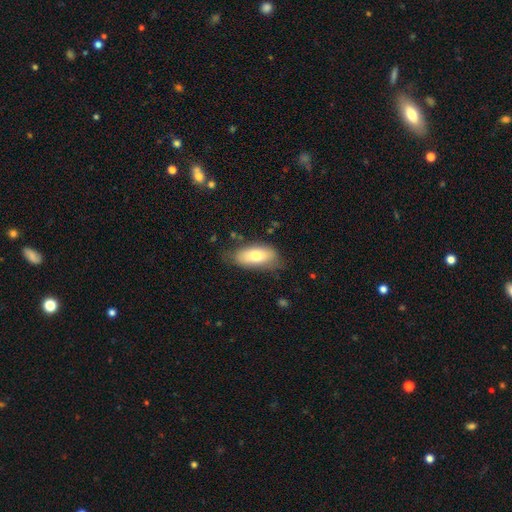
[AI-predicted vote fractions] Q: Smooth or featured?
A: smooth (73%); runner-up: featured or disk (21%)
Q: How rounded?
A: in between (88%); runner-up: cigar-shaped (9%)
Q: Merging?
A: none (69%); runner-up: minor disturbance (23%)